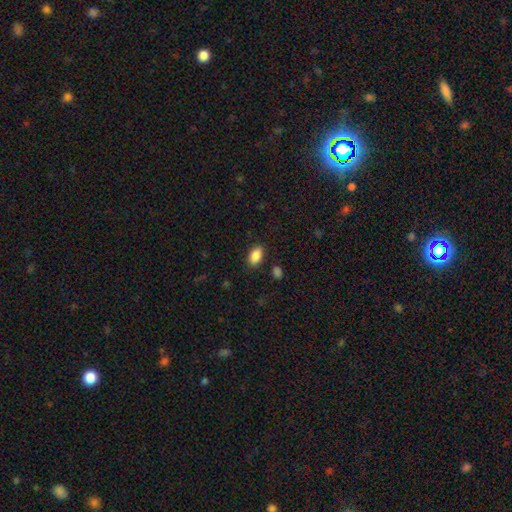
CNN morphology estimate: Smooth or featured?
  - smooth: 88% *
  - star or artifact: 8%
  - featured or disk: 4%
How rounded?
  - in between: 92% *
  - round: 5%
  - cigar-shaped: 3%
Merging?
  - none: 85% *
  - minor disturbance: 10%
  - major disturbance: 3%
  - merger: 2%